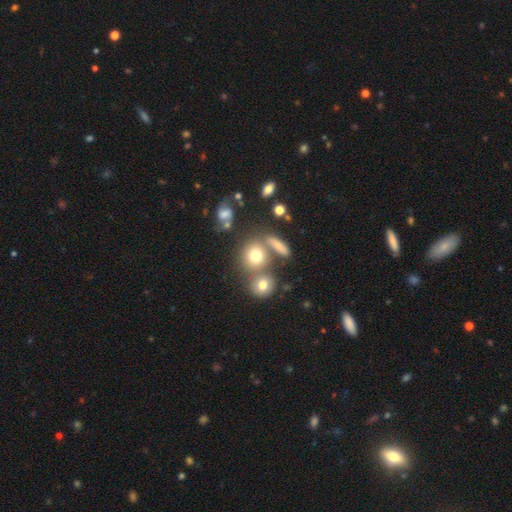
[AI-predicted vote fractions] smooth_or_featured: smooth (p=0.71) [alt: featured or disk p=0.15]
how_rounded: round (p=0.76) [alt: in between p=0.22]
merging: none (p=0.50) [alt: merger p=0.33]